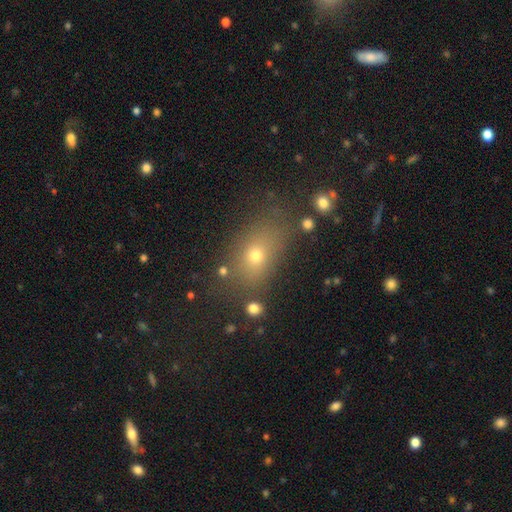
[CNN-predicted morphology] smooth-or-featured: smooth: 66% | star or artifact: 18% | featured or disk: 16%
  how-rounded: in between: 70% | round: 26% | cigar-shaped: 4%
  merging: none: 74% | minor disturbance: 14% | major disturbance: 7% | merger: 5%